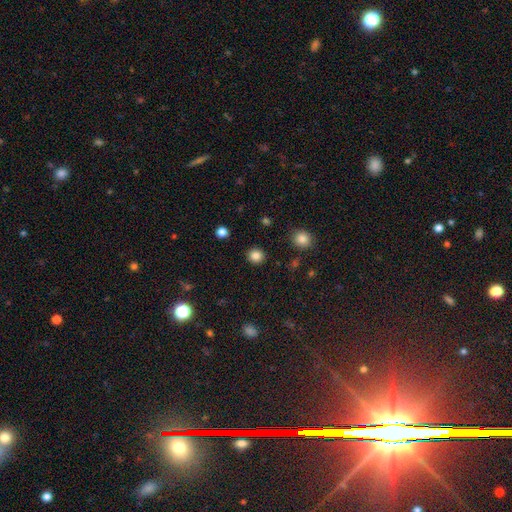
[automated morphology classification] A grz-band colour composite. It shows a smooth galaxy with no disk features (85%) that is round (87%). Merging: none (91%).